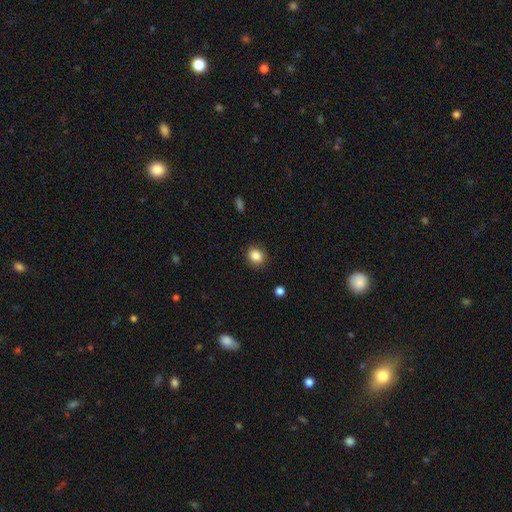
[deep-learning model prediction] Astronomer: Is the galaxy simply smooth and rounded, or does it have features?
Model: smooth — 86%.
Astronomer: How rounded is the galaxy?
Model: round — 71%.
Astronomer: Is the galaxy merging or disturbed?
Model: none — 88%.